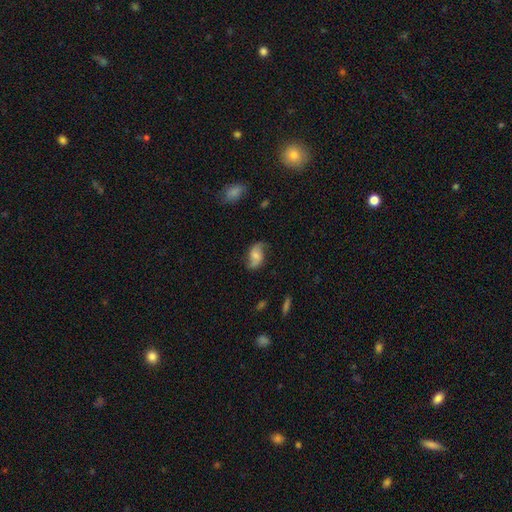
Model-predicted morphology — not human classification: smooth-or-featured: featured or disk: 61% | smooth: 31% | star or artifact: 8%
  disk-edge-on: no: 96% | yes: 4%
    bar: no: 59% | weak: 33% | strong: 8%
    has-spiral-arms: yes: 92% | no: 8%
      spiral-winding: loose: 66% | medium: 26% | tight: 8%
      spiral-arm-count: 2: 89% | can't tell: 5% | 1: 4% | 3: 1% | 4: 1% | more than 4: 1%
    bulge-size: small: 39% | moderate: 38% | none: 14% | large: 7% | dominant: 2%
  merging: none: 69% | minor disturbance: 21% | major disturbance: 8% | merger: 2%